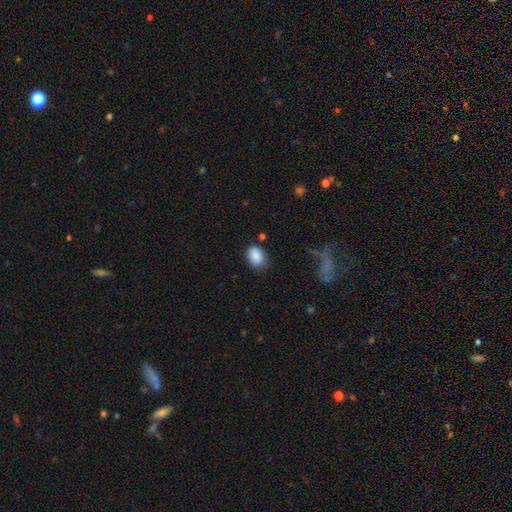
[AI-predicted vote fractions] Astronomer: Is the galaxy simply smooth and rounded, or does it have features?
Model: smooth — 88%.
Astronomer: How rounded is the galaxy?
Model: in between — 79%.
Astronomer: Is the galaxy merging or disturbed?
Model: none — 76%.